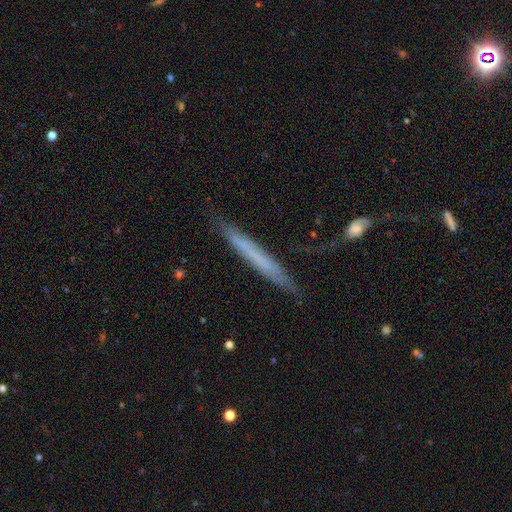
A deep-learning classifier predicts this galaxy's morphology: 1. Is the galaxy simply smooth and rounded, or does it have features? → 51% smooth, 41% featured or disk, 8% star or artifact.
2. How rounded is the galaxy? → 96% cigar-shaped, 2% in between, 1% round.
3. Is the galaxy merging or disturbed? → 79% none, 14% minor disturbance, 4% major disturbance, 4% merger.